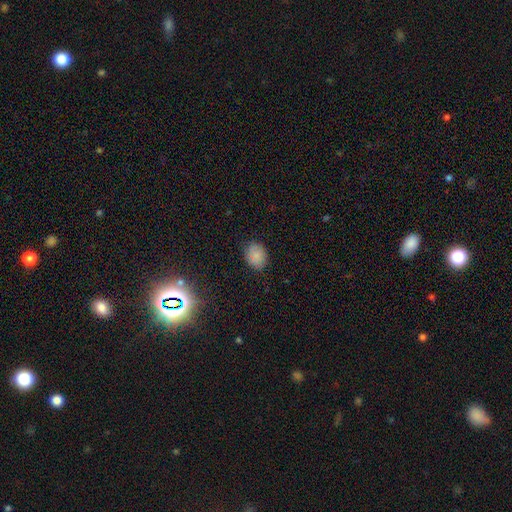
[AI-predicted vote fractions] Smooth or featured? smooth (82%)
How rounded? in between (58%)
Merging? none (81%)